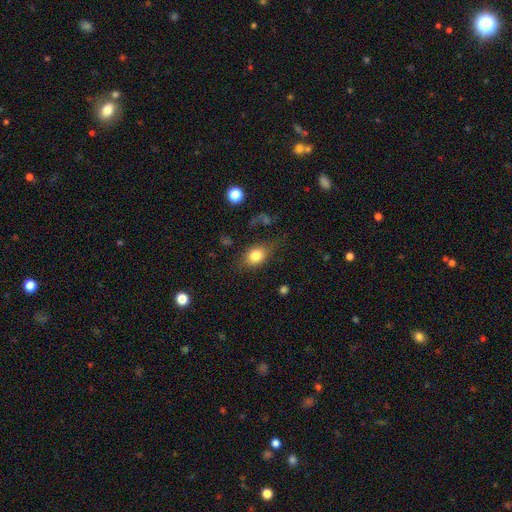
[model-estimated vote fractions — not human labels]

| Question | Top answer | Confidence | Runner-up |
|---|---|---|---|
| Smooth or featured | smooth | 77% | featured or disk (14%) |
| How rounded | in between | 64% | round (33%) |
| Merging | none | 62% | minor disturbance (22%) |